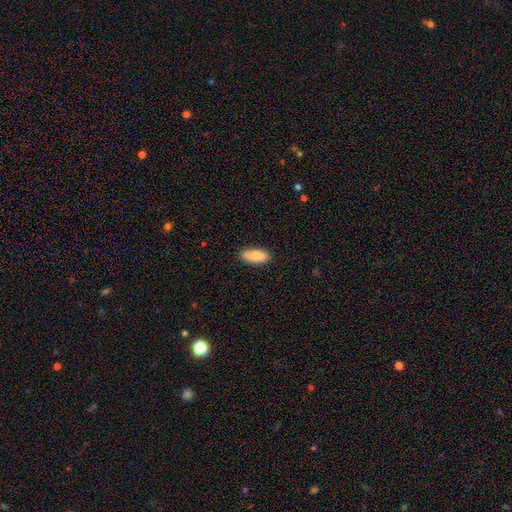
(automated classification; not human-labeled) This appears to be a smooth galaxy with no disk features (84%) that is in between round and cigar-shaped (80%). Merging: none (88%).